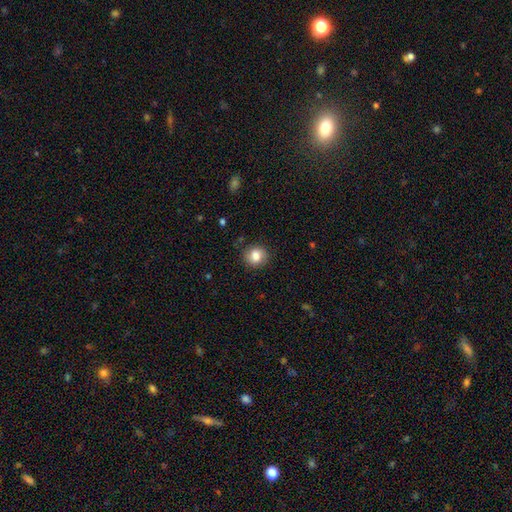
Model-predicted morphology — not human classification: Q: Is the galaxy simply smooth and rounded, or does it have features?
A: smooth — 81%.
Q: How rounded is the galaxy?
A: round — 78%.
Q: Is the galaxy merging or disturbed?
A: none — 83%.